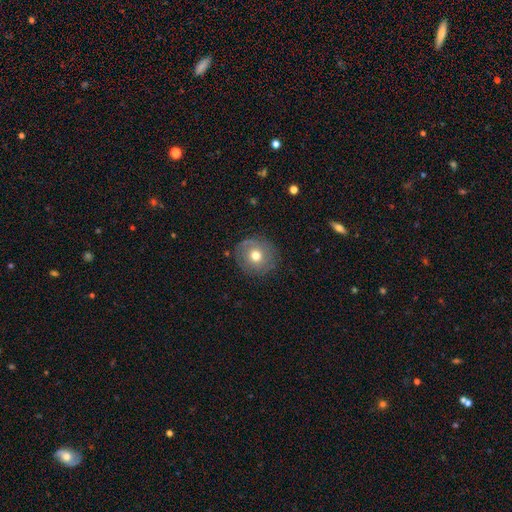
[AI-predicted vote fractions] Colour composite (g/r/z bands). It shows a smooth galaxy with no disk features (66%) that is round (90%). Merging: none (83%).